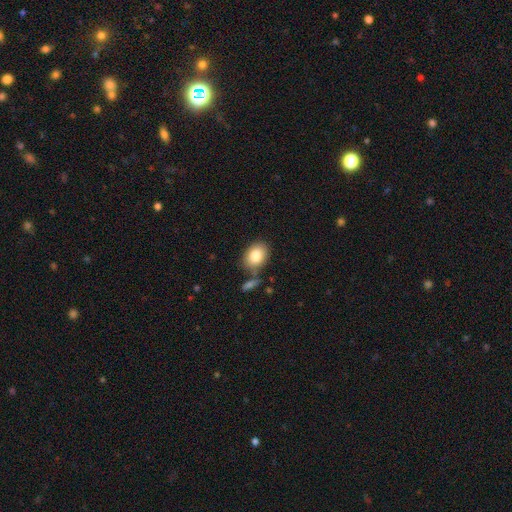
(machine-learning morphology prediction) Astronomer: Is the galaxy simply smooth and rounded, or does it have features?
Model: smooth — 83%.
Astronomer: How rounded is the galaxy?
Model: in between — 73%.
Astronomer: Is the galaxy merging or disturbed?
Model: none — 71%.